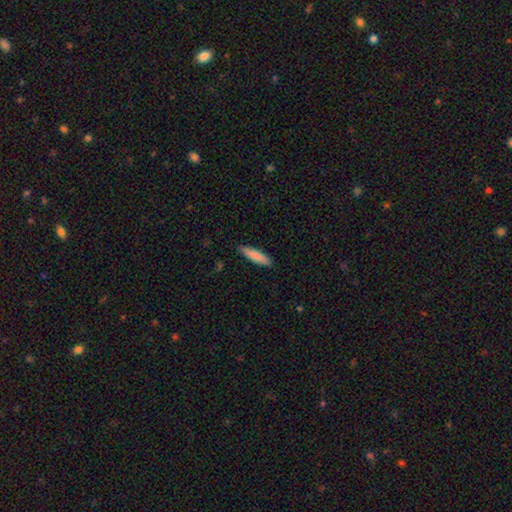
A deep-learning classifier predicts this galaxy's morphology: A smooth galaxy with no disk features (84%) that is cigar-shaped (78%).

Vote fractions:
- Smooth or featured? smooth: 84% / featured or disk: 10% / star or artifact: 6%
- How rounded? cigar-shaped: 78% / in between: 21% / round: 1%
- Merging? none: 88% / minor disturbance: 9% / major disturbance: 2% / merger: 1%